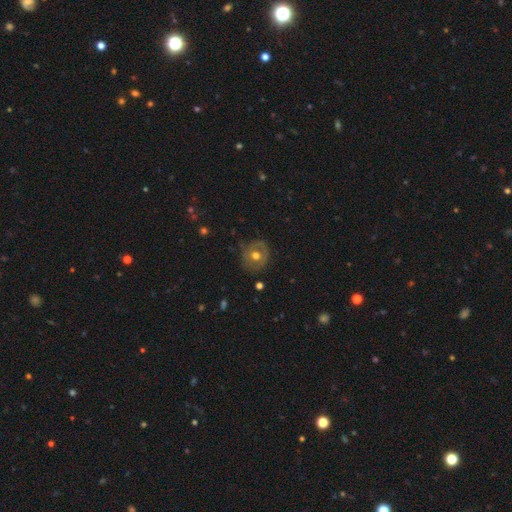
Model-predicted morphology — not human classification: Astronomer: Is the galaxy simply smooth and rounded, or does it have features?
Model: smooth — 48% (runner-up: featured or disk, 42%).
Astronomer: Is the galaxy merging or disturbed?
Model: none — 74%.